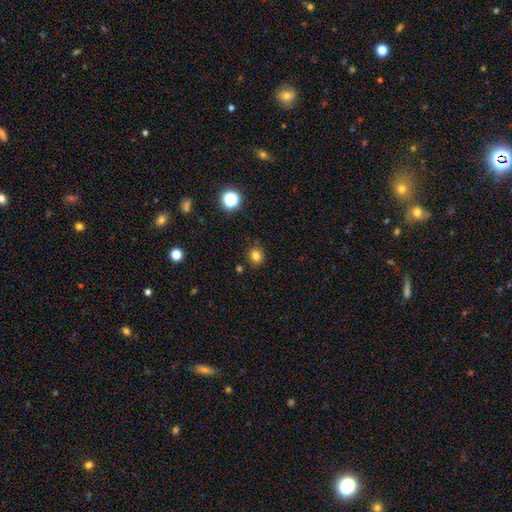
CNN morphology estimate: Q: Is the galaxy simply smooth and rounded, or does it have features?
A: smooth — 79%.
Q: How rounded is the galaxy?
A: round — 77%.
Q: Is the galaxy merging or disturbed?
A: none — 84%.